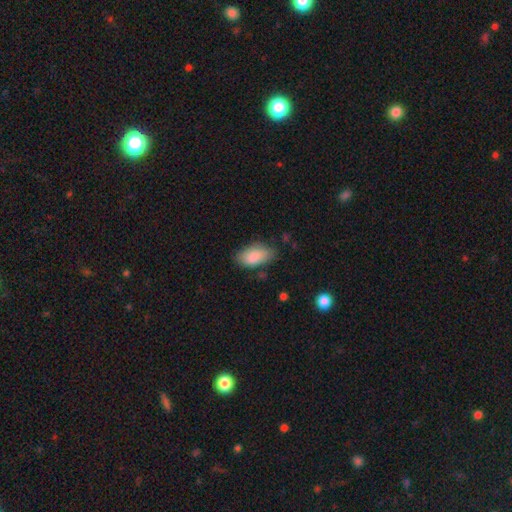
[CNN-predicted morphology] Q: Smooth or featured?
A: smooth (87%); runner-up: featured or disk (6%)
Q: How rounded?
A: in between (93%); runner-up: cigar-shaped (4%)
Q: Merging?
A: none (73%); runner-up: minor disturbance (21%)